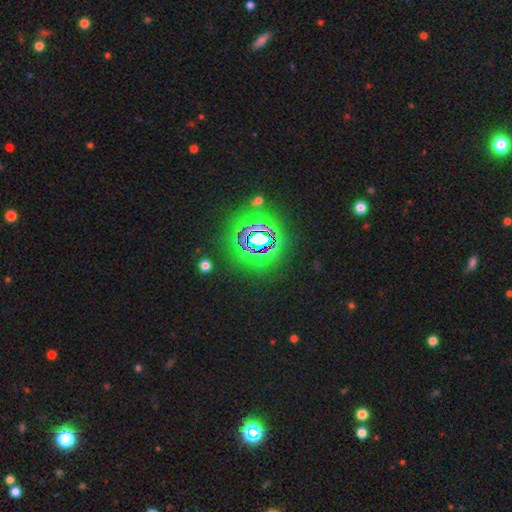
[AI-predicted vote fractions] Morphology: type=star or artifact (73%).